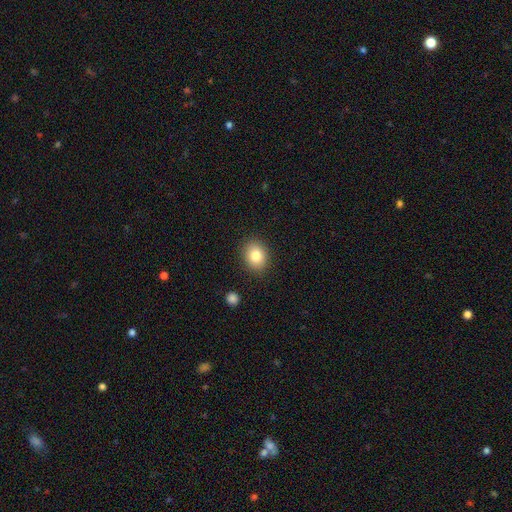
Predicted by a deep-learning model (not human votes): This appears to be a smooth galaxy with no disk features (80%) that is round (57%). Merging: none (88%).